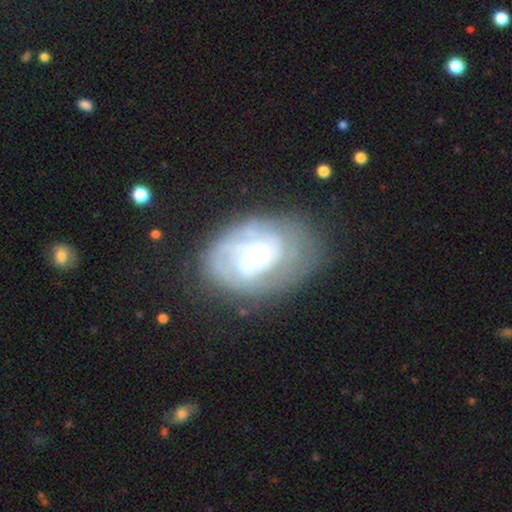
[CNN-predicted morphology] This appears to be a featured or disk galaxy (76%) with no bar (72%), tight (64%) spiral arms (86%) and a small central bulge (49%). Merging: none (64%).